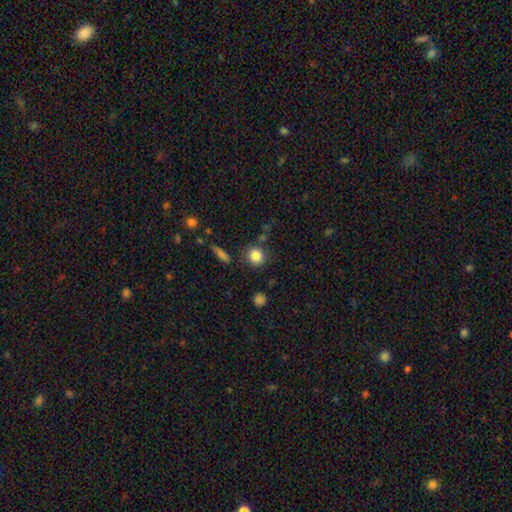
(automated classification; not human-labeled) Smooth or featured? Predicted: smooth (p=0.83). How rounded? Predicted: round (p=0.90). Merging? Predicted: none (p=0.81).